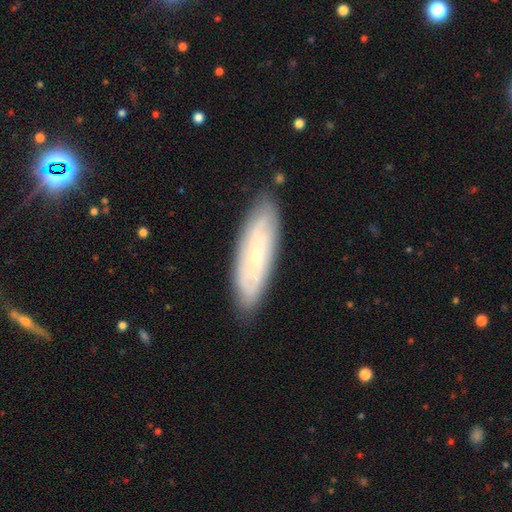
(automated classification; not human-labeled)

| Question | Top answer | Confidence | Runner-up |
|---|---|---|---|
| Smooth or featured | featured or disk | 58% | smooth (35%) |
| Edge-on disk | no | 77% | yes (23%) |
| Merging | none | 84% | minor disturbance (12%) |